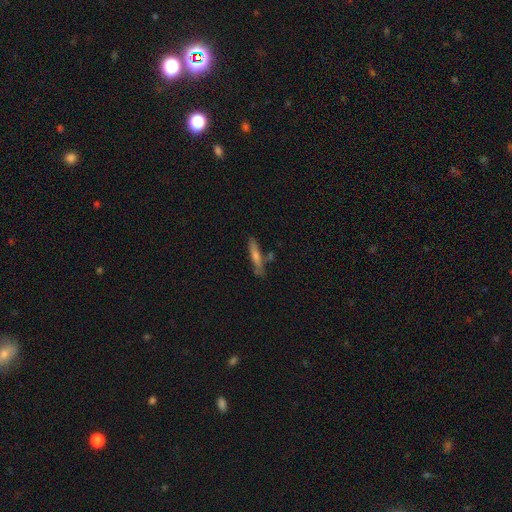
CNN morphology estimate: type=smooth (51%); roundness=cigar-shaped (88%); merging=none (74%).